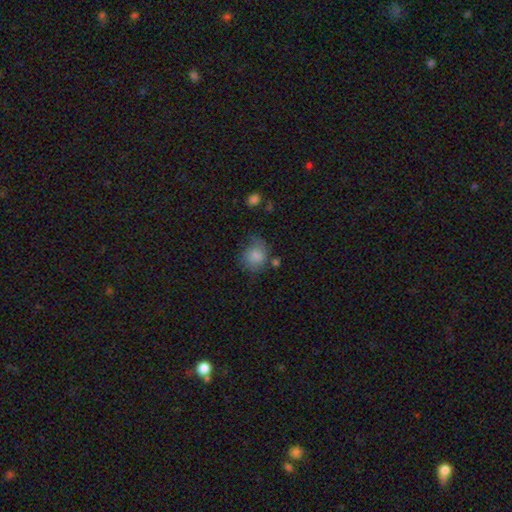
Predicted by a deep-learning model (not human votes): The model was most divided on "merging": none: 48%, minor disturbance: 30%, major disturbance: 16%, merger: 6%. More confident: smooth or featured — smooth (80%); how rounded — round (69%).